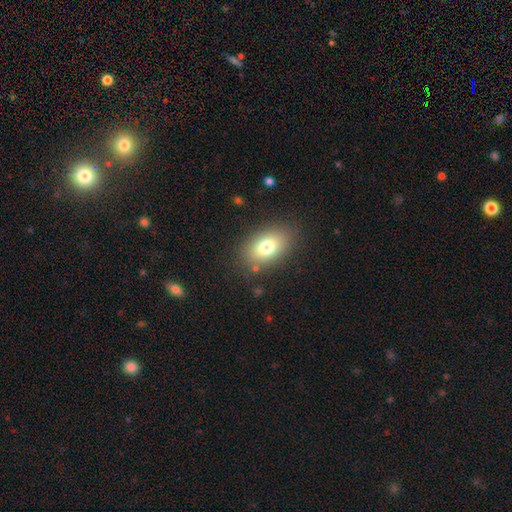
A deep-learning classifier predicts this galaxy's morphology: smooth_or_featured: smooth (p=0.77) [alt: featured or disk p=0.13]
how_rounded: in between (p=0.86) [alt: round p=0.13]
merging: none (p=0.85) [alt: minor disturbance p=0.10]